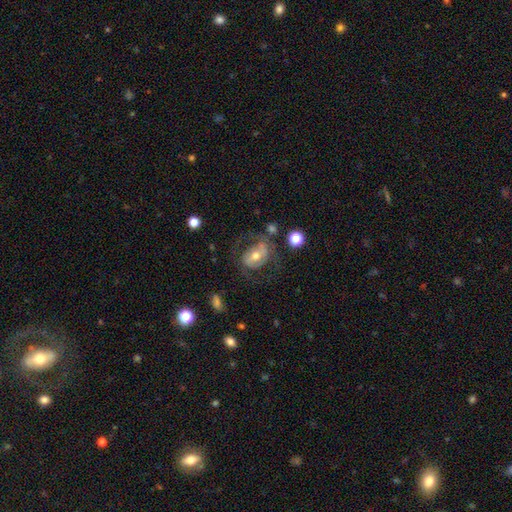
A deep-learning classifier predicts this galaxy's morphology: This appears to be a featured or disk galaxy (59%) with no bar (44%), spiral arms (57%) and a moderate central bulge (64%). Merging: none (51%).